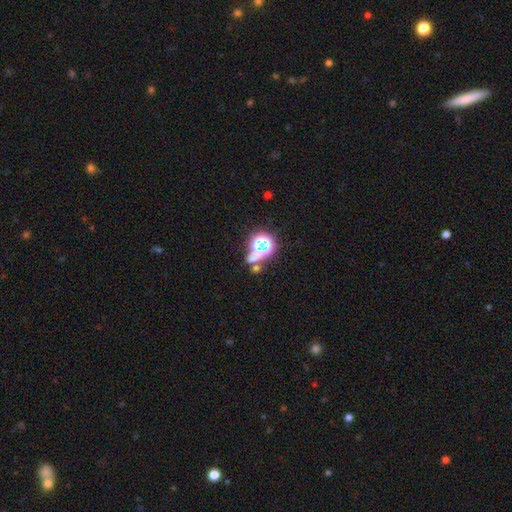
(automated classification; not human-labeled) The model was most divided on "smooth or featured": star or artifact: 49%, smooth: 35%, featured or disk: 16%.